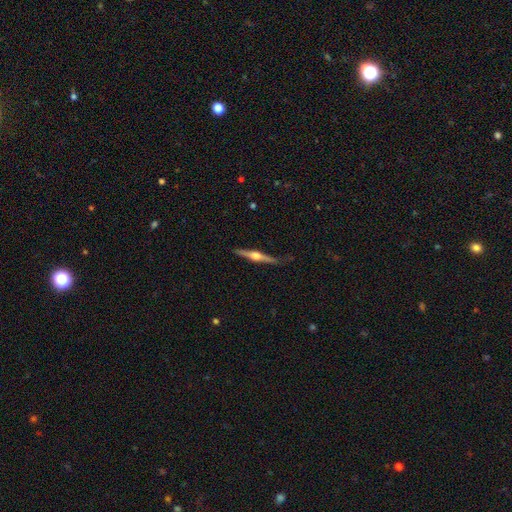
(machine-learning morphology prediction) Smooth or featured?
  - featured or disk: 78% *
  - smooth: 17%
  - star or artifact: 5%
Edge-on disk?
  - yes: 98% *
  - no: 2%
Edge-on bulge?
  - rounded: 94% *
  - boxy: 4%
  - none: 2%
Merging?
  - none: 82% *
  - minor disturbance: 14%
  - major disturbance: 2%
  - merger: 1%